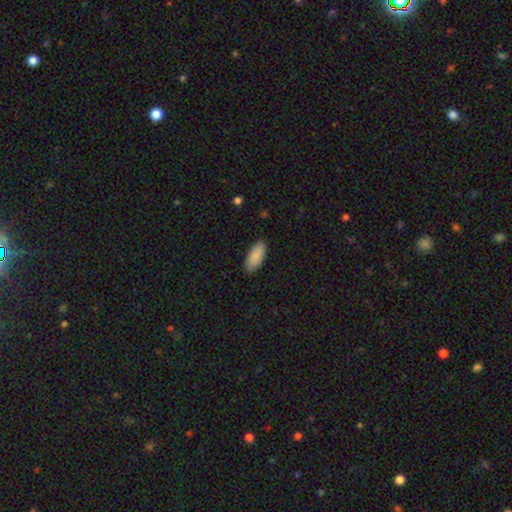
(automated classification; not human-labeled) Smooth or featured?
  - smooth: 88% *
  - featured or disk: 6%
  - star or artifact: 6%
How rounded?
  - in between: 88% *
  - cigar-shaped: 10%
  - round: 2%
Merging?
  - none: 85% *
  - minor disturbance: 12%
  - major disturbance: 2%
  - merger: 1%